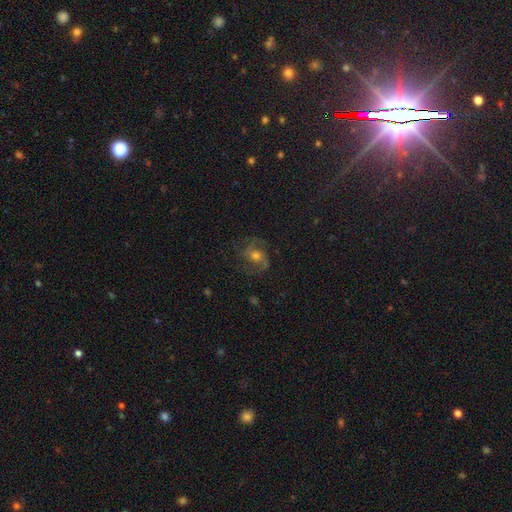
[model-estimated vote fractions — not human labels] This is likely a featured or disk galaxy (72%). It is clearly not viewed edge-on (97%). Bar: likely no (65%). Spiral arm pattern: clearly yes (93%). Spiral arm count: possibly 2 (54%). Spiral winding: possibly medium (51%). Central bulge: likely moderate (60%). Merging: likely none (68%).